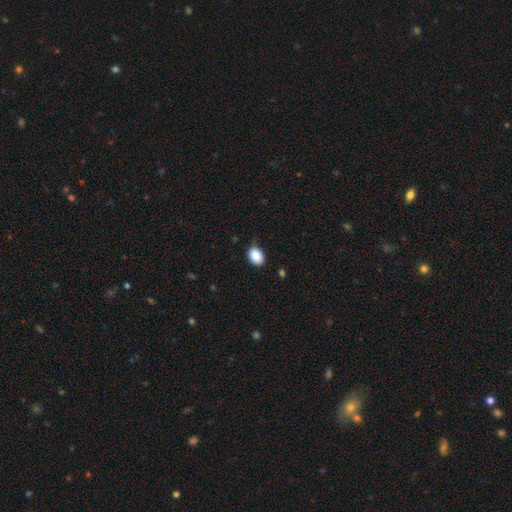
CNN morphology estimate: Smooth or featured? Predicted: smooth (p=0.86). How rounded? Predicted: in between (p=0.73). Merging? Predicted: none (p=0.72).